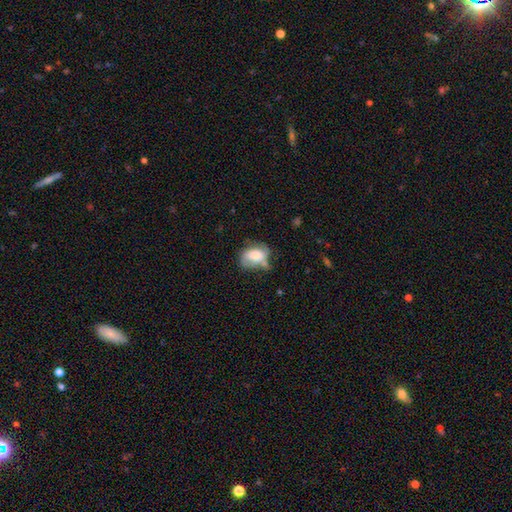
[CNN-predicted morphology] A smooth galaxy with no disk features (57%) that is in between round and cigar-shaped (79%).

Vote fractions:
- Smooth or featured? smooth: 57% / featured or disk: 35% / star or artifact: 8%
- How rounded? in between: 79% / round: 20% / cigar-shaped: 2%
- Merging? none: 41% / minor disturbance: 30% / major disturbance: 15% / merger: 13%